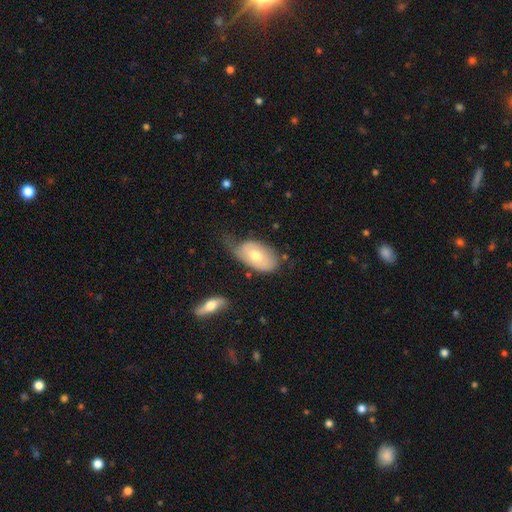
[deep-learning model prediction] smooth-or-featured: smooth: 56% | featured or disk: 38% | star or artifact: 6%
  how-rounded: in between: 92% | round: 6% | cigar-shaped: 2%
  merging: minor disturbance: 38% | none: 36% | major disturbance: 21% | merger: 4%